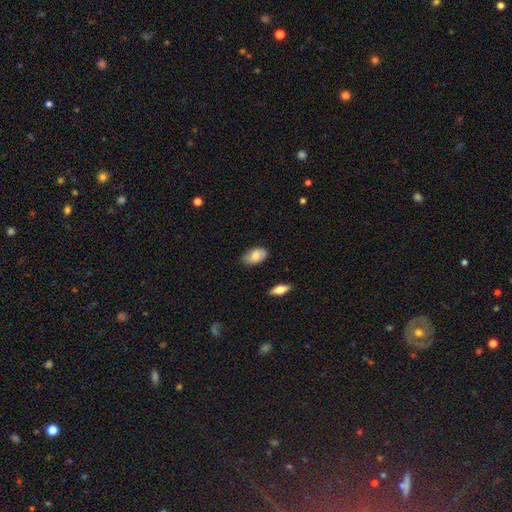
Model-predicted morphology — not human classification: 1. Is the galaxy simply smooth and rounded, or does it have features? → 79% smooth, 15% featured or disk, 6% star or artifact.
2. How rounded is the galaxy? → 94% in between, 4% round, 2% cigar-shaped.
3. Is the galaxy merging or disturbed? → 82% none, 14% minor disturbance, 2% major disturbance, 2% merger.